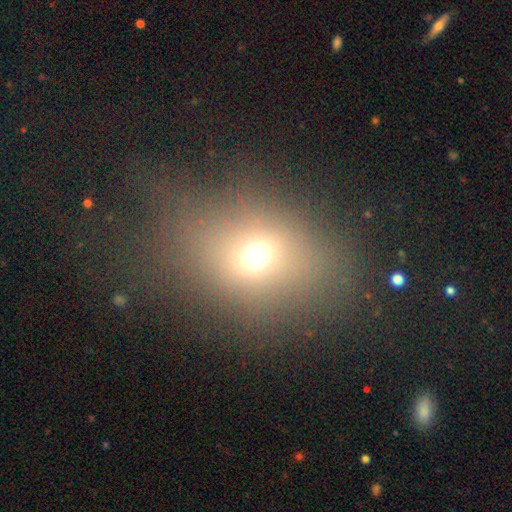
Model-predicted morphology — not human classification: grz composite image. It shows a smooth galaxy with no disk features (66%) that is in between round and cigar-shaped (55%). Merging: none (74%).